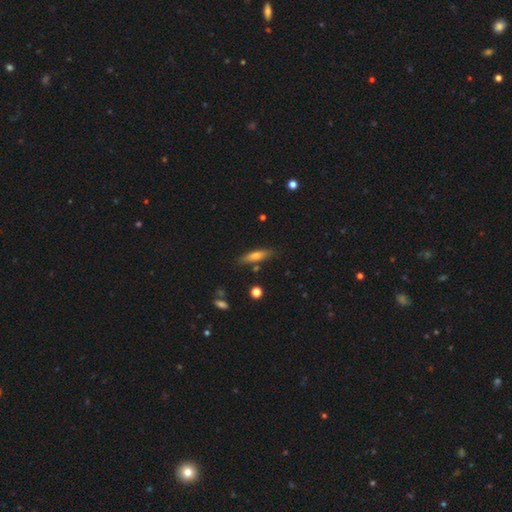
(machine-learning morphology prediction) A smooth galaxy with no disk features (64%) that is cigar-shaped (68%).

Vote fractions:
- Smooth or featured? smooth: 64% / featured or disk: 28% / star or artifact: 7%
- How rounded? cigar-shaped: 68% / in between: 30% / round: 2%
- Merging? none: 82% / minor disturbance: 12% / merger: 4% / major disturbance: 2%